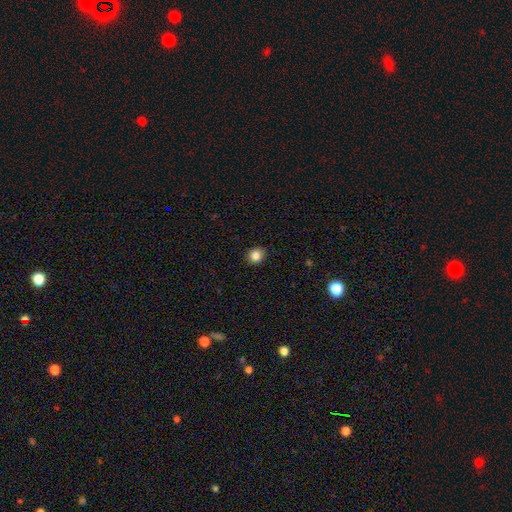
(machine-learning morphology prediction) This appears to be a smooth galaxy with no disk features (85%) that is round (73%). Merging: none (89%).